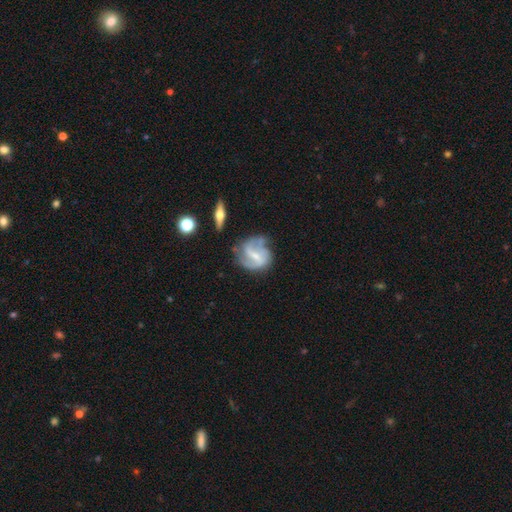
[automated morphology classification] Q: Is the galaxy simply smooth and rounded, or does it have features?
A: featured or disk — 78%.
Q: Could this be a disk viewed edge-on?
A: no — 97%.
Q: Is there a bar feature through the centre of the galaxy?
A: weak — 48%.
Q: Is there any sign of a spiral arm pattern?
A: yes — 90%.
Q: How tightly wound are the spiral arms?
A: medium — 45%.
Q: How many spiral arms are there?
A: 2 — 72%.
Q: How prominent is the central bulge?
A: small — 54%.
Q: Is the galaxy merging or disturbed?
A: none — 55%.